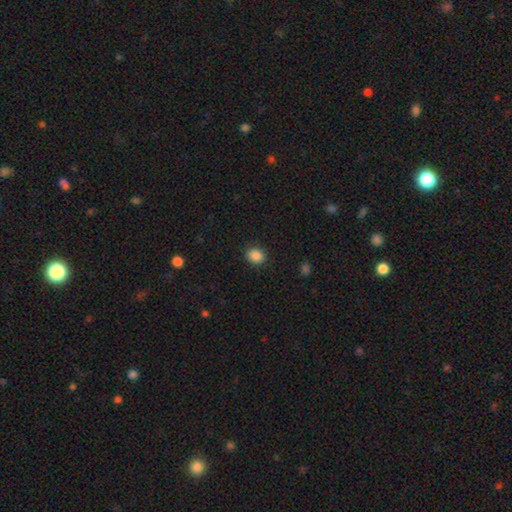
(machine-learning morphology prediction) Q: Smooth or featured?
A: smooth (87%); runner-up: star or artifact (10%)
Q: How rounded?
A: round (64%); runner-up: in between (35%)
Q: Merging?
A: none (89%); runner-up: minor disturbance (8%)